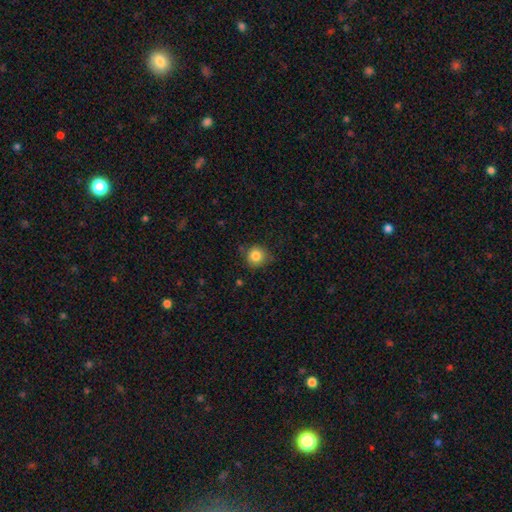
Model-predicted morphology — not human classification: Smooth or featured? smooth (83%)
How rounded? round (91%)
Merging? none (78%)